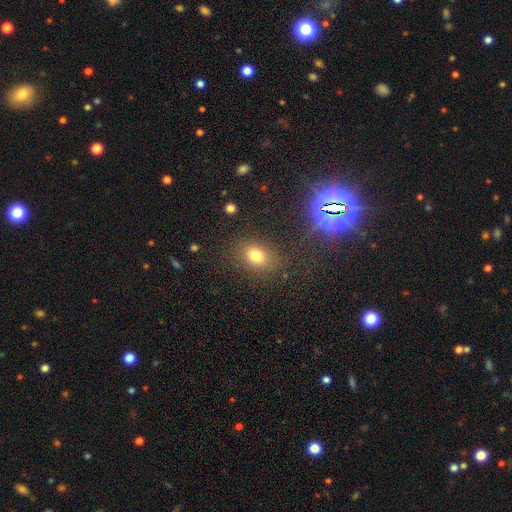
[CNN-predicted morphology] The model was most divided on "how rounded": in between: 64%, round: 35%, cigar-shaped: 2%. More confident: merging — none (82%); smooth or featured — smooth (74%).